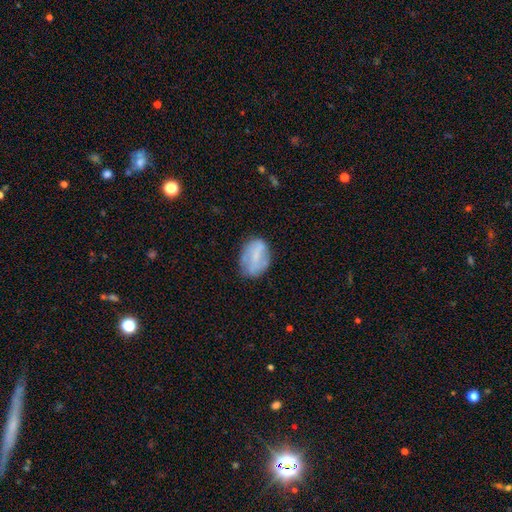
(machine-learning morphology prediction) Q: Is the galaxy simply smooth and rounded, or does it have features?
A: smooth — 51%.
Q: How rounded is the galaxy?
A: in between — 80%.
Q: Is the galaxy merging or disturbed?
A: none — 63%.